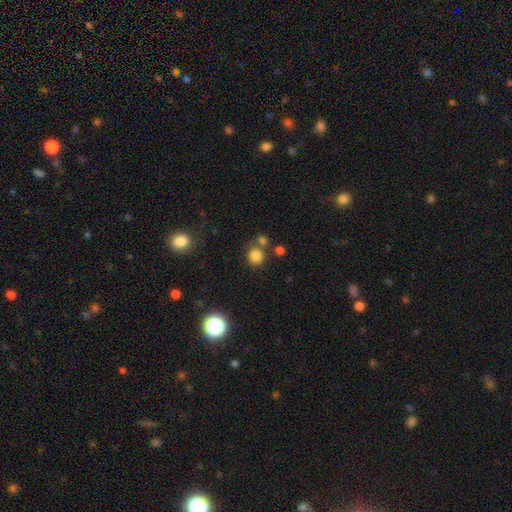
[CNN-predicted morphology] This appears to be a smooth galaxy with no disk features (80%) that is round (85%). Merging: none (68%).